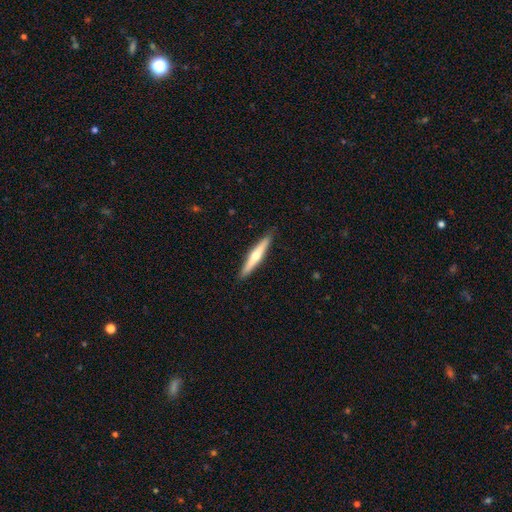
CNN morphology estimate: Smooth or featured: featured or disk — 54% (smooth — 41%)
Edge-on disk: yes — 96% (no — 4%)
Edge-on bulge: rounded — 85% (none — 12%)
Merging: none — 91% (minor disturbance — 7%)